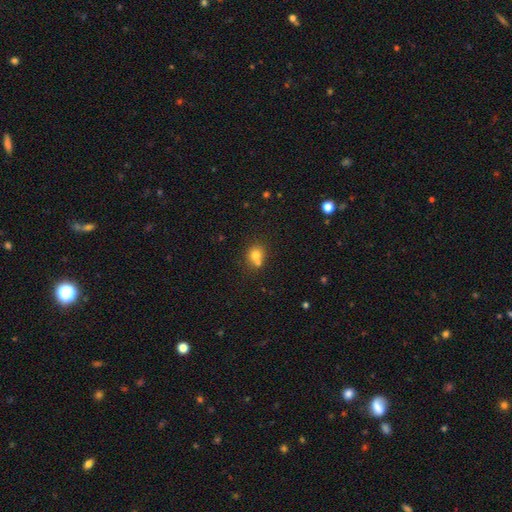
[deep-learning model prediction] Smooth or featured: smooth — 75% (star or artifact — 13%)
How rounded: round — 76% (in between — 23%)
Merging: none — 48% (merger — 36%)